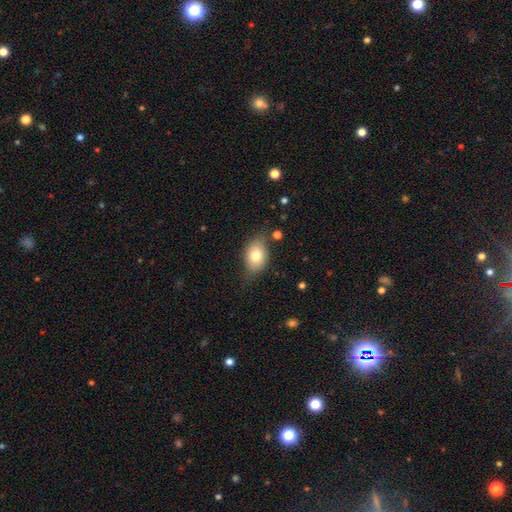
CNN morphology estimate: Q: Smooth or featured?
A: smooth (75%); runner-up: featured or disk (16%)
Q: How rounded?
A: in between (78%); runner-up: round (20%)
Q: Merging?
A: none (67%); runner-up: minor disturbance (24%)